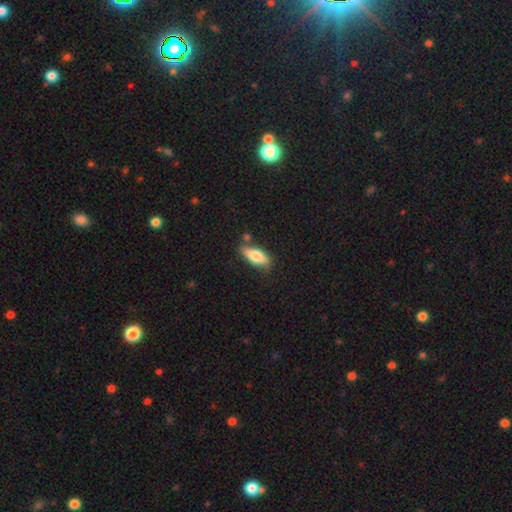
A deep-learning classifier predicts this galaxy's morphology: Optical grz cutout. It shows a smooth galaxy with no disk features (68%) that is in between round and cigar-shaped (71%). Merging: none (66%).